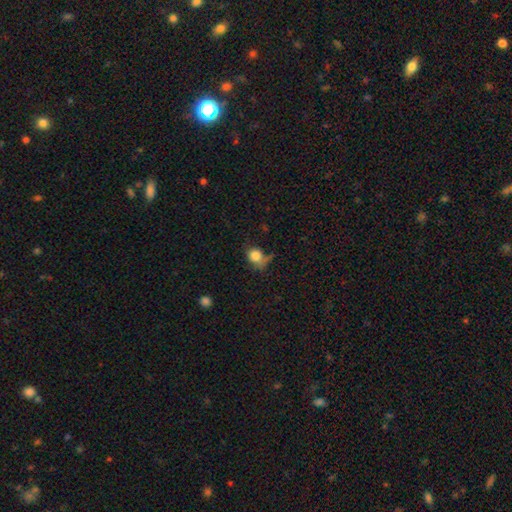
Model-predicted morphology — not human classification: Smooth or featured?
  - smooth: 80% *
  - star or artifact: 11%
  - featured or disk: 9%
How rounded?
  - round: 66% *
  - in between: 32%
  - cigar-shaped: 2%
Merging?
  - none: 46% *
  - minor disturbance: 27%
  - major disturbance: 18%
  - merger: 9%